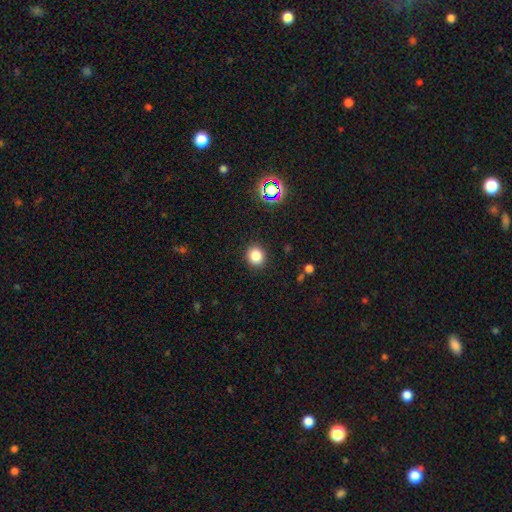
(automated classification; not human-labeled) Smooth or featured? Predicted: smooth (p=0.83). How rounded? Predicted: round (p=0.84). Merging? Predicted: none (p=0.90).